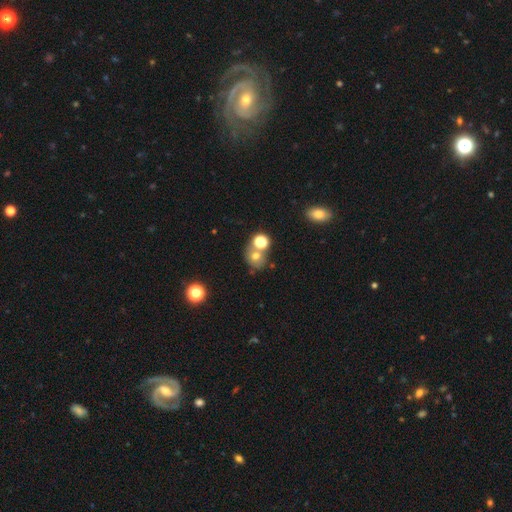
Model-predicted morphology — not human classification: A smooth galaxy with no disk features (65%) that is round (70%). Merging: none (52%).